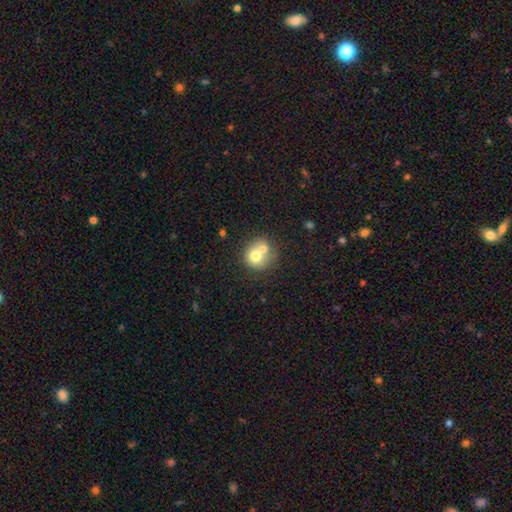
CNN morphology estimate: Smooth or featured? Predicted: smooth (p=0.68). How rounded? Predicted: round (p=0.80). Merging? Predicted: merger (p=0.56).